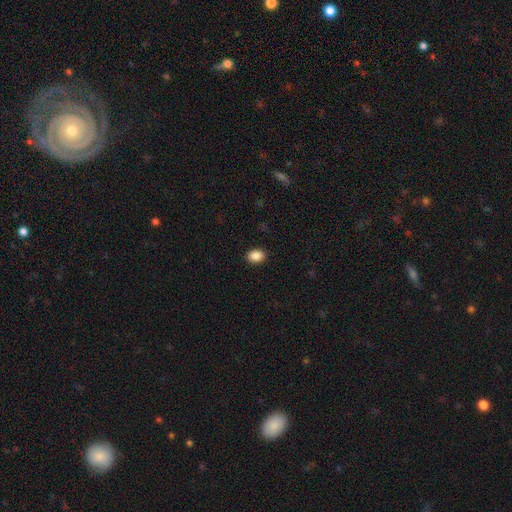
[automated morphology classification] smooth_or_featured: smooth (p=0.88) [alt: star or artifact p=0.08]
how_rounded: in between (p=0.77) [alt: round p=0.22]
merging: none (p=0.90) [alt: minor disturbance p=0.07]